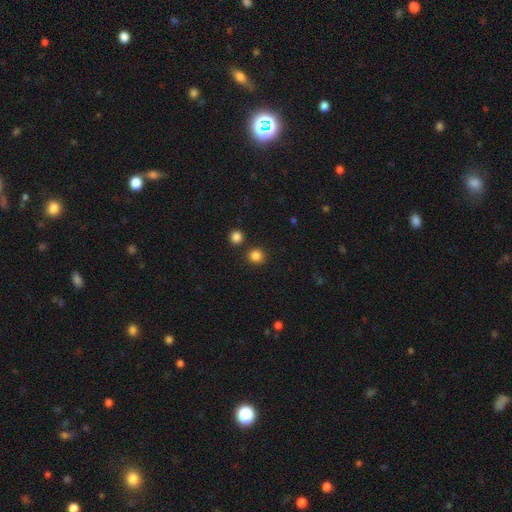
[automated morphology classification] Smooth or featured: smooth — 85% (star or artifact — 12%)
How rounded: round — 90% (in between — 9%)
Merging: none — 87% (minor disturbance — 5%)